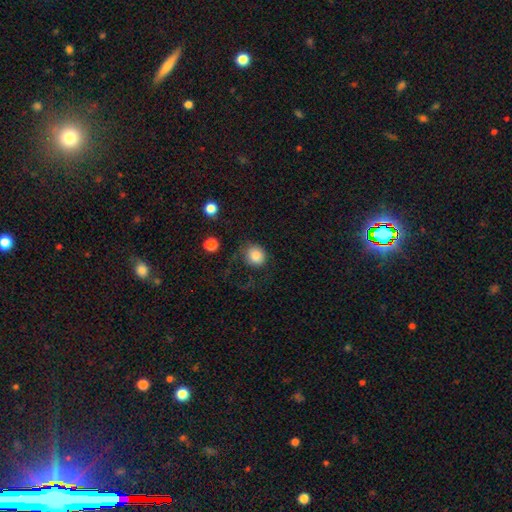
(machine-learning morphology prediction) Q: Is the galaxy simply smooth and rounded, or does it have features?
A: smooth — 85%.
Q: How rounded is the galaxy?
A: round — 85%.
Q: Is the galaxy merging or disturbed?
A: none — 67%.